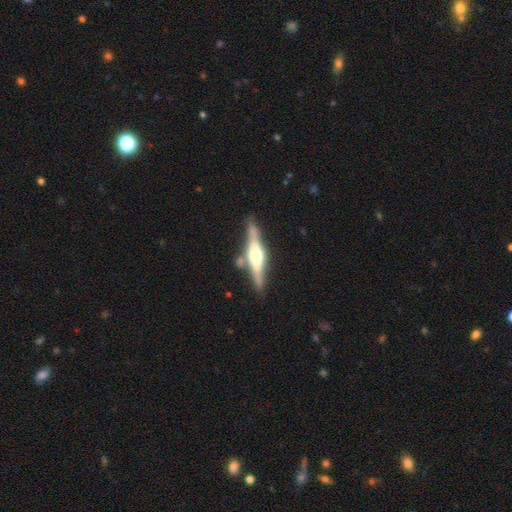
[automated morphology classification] smooth-or-featured: featured or disk: 73% | smooth: 22% | star or artifact: 5%
  disk-edge-on: yes: 97% | no: 3%
    edge-on-bulge: rounded: 82% | boxy: 15% | none: 3%
  merging: none: 79% | minor disturbance: 12% | merger: 6% | major disturbance: 3%